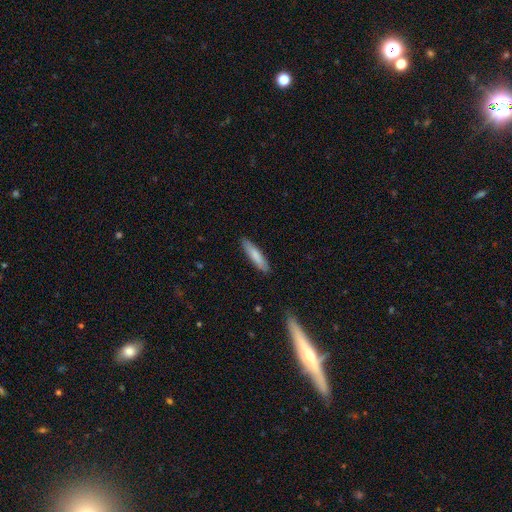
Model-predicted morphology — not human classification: This is likely a smooth galaxy (80%). How rounded: clearly cigar-shaped (80%). Merging: clearly none (88%).